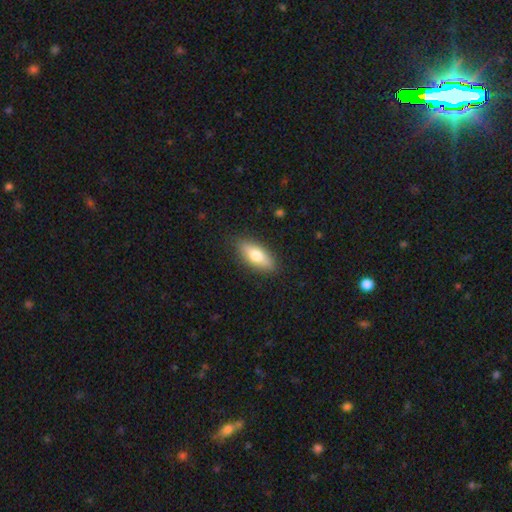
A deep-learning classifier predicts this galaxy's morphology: A smooth galaxy with no disk features (71%) that is in between round and cigar-shaped (74%).

Vote fractions:
- Smooth or featured? smooth: 71% / featured or disk: 23% / star or artifact: 6%
- How rounded? in between: 74% / cigar-shaped: 23% / round: 3%
- Merging? none: 86% / minor disturbance: 11% / major disturbance: 2% / merger: 1%